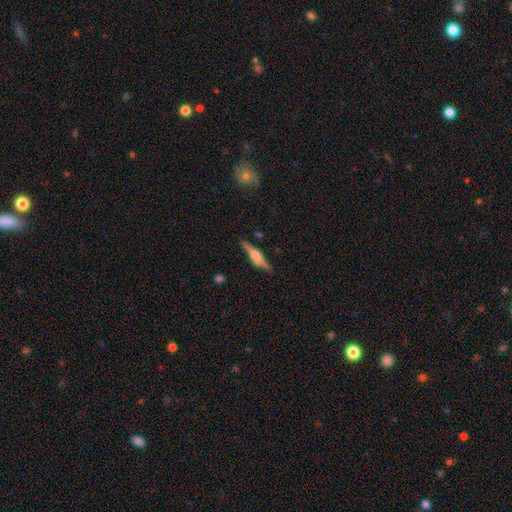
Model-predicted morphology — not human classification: smooth_or_featured: featured or disk (p=0.57) [alt: smooth p=0.36]
disk_edge_on: yes (p=0.96) [alt: no p=0.04]
edge_on_bulge: rounded (p=0.84) [alt: boxy p=0.12]
merging: none (p=0.81) [alt: minor disturbance p=0.14]